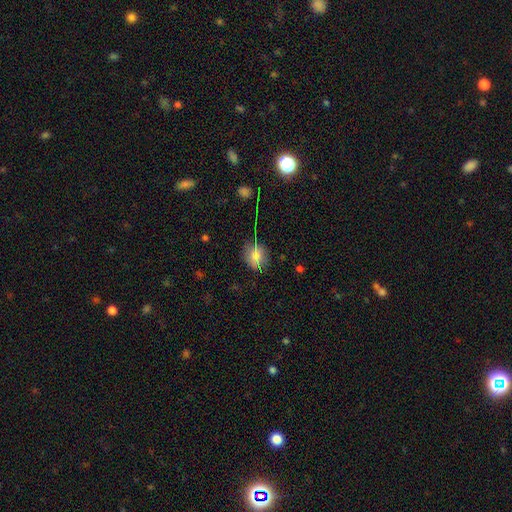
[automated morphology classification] smooth_or_featured: smooth (p=0.71) [alt: featured or disk p=0.15]
how_rounded: round (p=0.67) [alt: in between p=0.32]
merging: none (p=0.77) [alt: minor disturbance p=0.17]